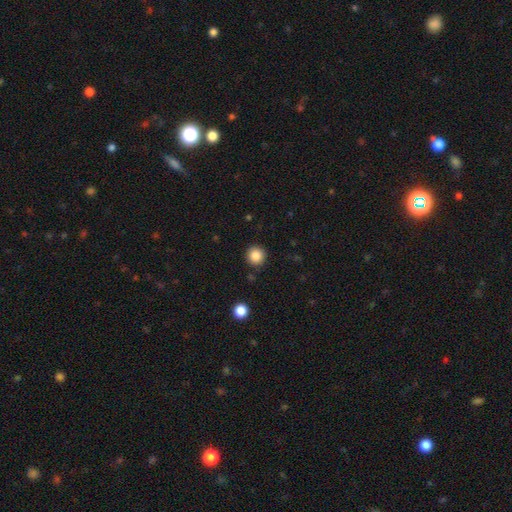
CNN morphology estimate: A smooth galaxy with no disk features (85%) that is round (95%).

Vote fractions:
- Smooth or featured? smooth: 85% / star or artifact: 10% / featured or disk: 4%
- How rounded? round: 95% / in between: 4% / cigar-shaped: 1%
- Merging? none: 91% / minor disturbance: 6% / major disturbance: 2% / merger: 2%